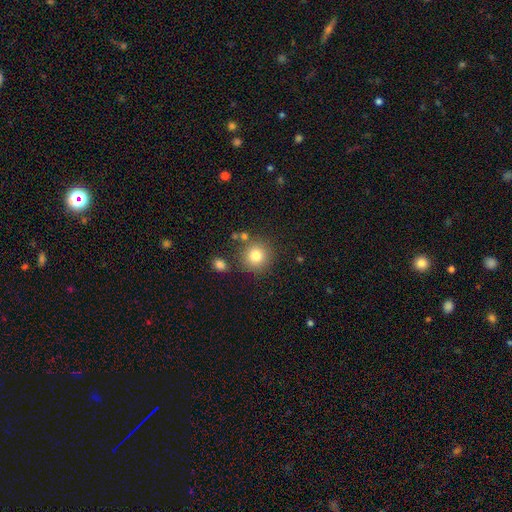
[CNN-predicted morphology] smooth 81%, star or artifact 11%, featured or disk 8%. Down the decision tree: how rounded — round (92%); merging — none (81%).